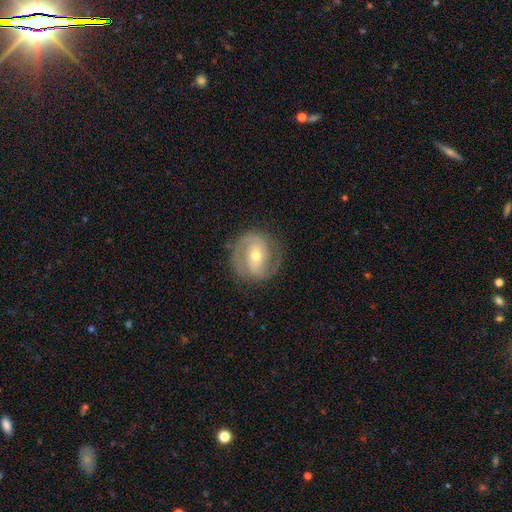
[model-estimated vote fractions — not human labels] This is clearly a featured or disk galaxy (85%). It is clearly not viewed edge-on (98%). Bar: marginally no (41%). Spiral arm pattern: clearly yes (95%). Spiral arm count: clearly 2 (87%). Spiral winding: possibly medium (45%). Central bulge: possibly moderate (57%). Merging: clearly none (81%).